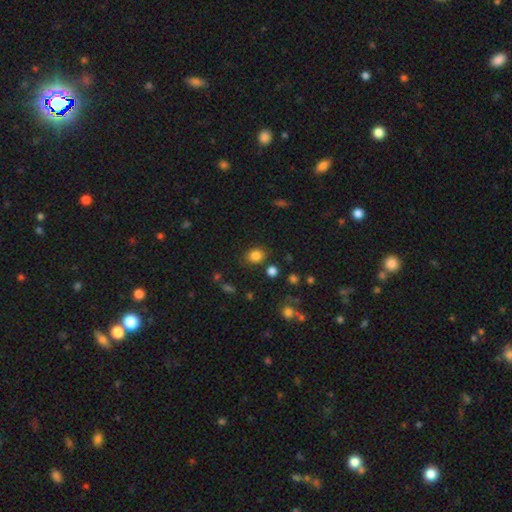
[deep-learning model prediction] Smooth or featured? smooth (83%)
How rounded? round (53%)
Merging? none (80%)